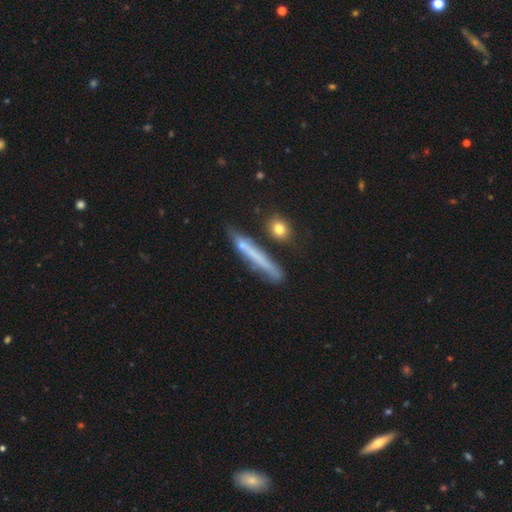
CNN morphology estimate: Q: Smooth or featured?
A: smooth (51%); runner-up: featured or disk (40%)
Q: How rounded?
A: cigar-shaped (93%); runner-up: in between (4%)
Q: Merging?
A: none (68%); runner-up: minor disturbance (19%)